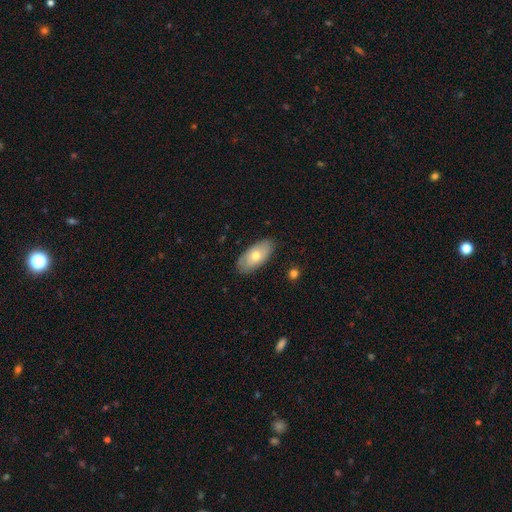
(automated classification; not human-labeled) Smooth or featured? Predicted: smooth (p=0.65). How rounded? Predicted: in between (p=0.92). Merging? Predicted: none (p=0.84).